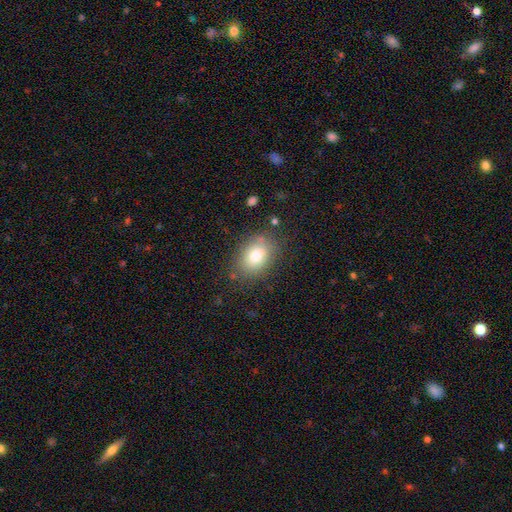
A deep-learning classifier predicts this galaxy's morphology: smooth 80%, featured or disk 11%, star or artifact 9%. Down the decision tree: how rounded — in between (77%); merging — none (80%).